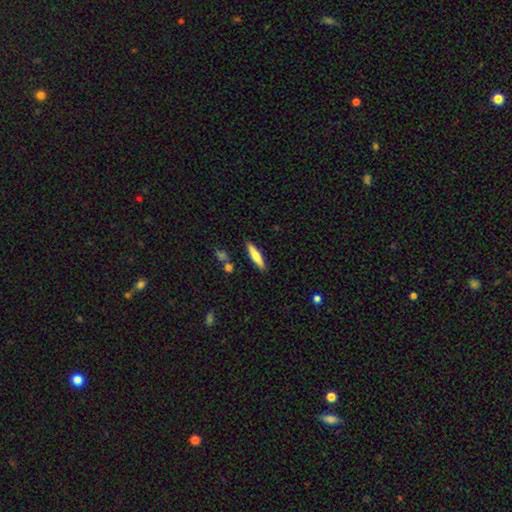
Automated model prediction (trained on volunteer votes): smooth 70%, featured or disk 24%, star or artifact 6%. Down the decision tree: how rounded — cigar-shaped (84%); merging — none (86%).